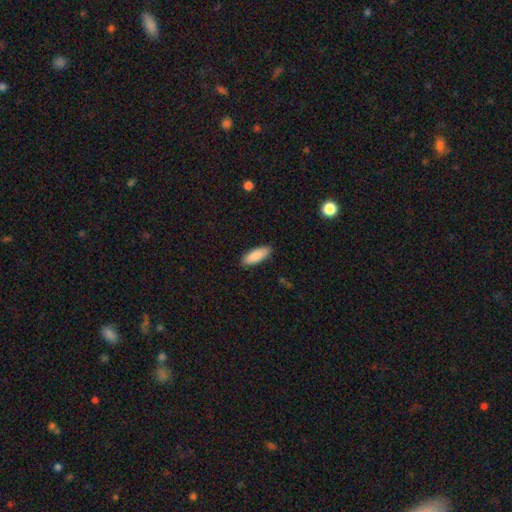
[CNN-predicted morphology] Overall: smooth (88%). How rounded: in between (70%). Merging: none (87%).